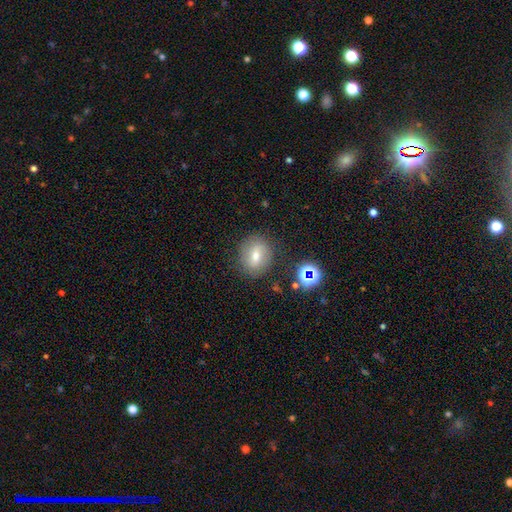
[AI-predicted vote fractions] Overall: smooth (62%). How rounded: round (61%; in between 37%). Merging: none (83%).